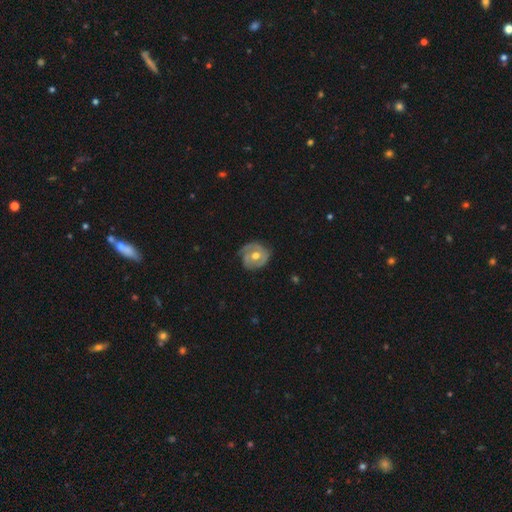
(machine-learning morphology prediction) Smooth or featured?
  - featured or disk: 64% *
  - smooth: 31%
  - star or artifact: 6%
Edge-on disk?
  - no: 97% *
  - yes: 3%
Bar?
  - no: 72% *
  - weak: 22%
  - strong: 6%
Spiral arms?
  - yes: 73% *
  - no: 27%
Bulge size?
  - moderate: 79% *
  - small: 10%
  - large: 8%
  - none: 1%
  - dominant: 1%
Merging?
  - none: 63% *
  - minor disturbance: 26%
  - major disturbance: 9%
  - merger: 2%